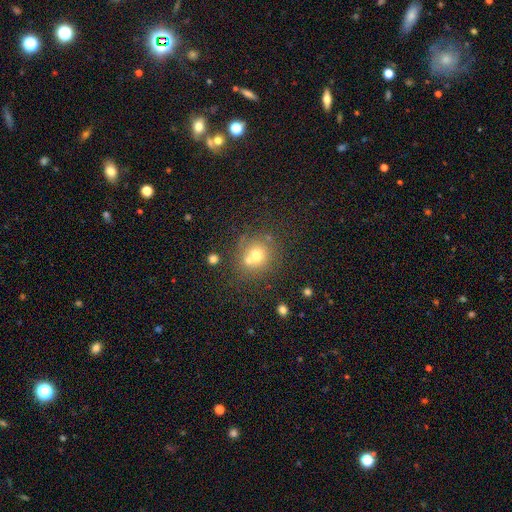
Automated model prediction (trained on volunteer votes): Overall: smooth (68%). How rounded: round (86%). Merging: none (54%; merger 32%).